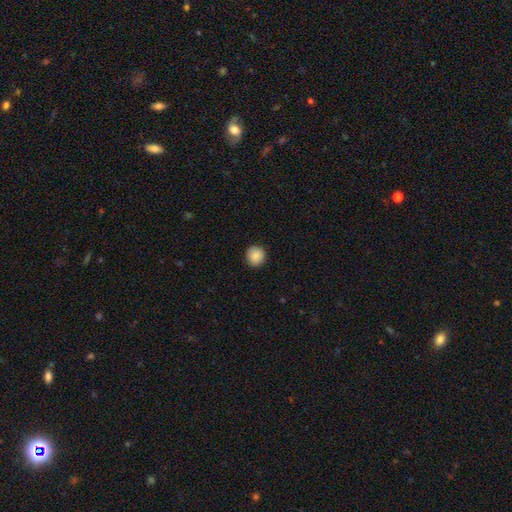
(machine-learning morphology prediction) smooth_or_featured: smooth (p=0.88) [alt: star or artifact p=0.08]
how_rounded: round (p=0.91) [alt: in between p=0.08]
merging: none (p=0.91) [alt: minor disturbance p=0.06]